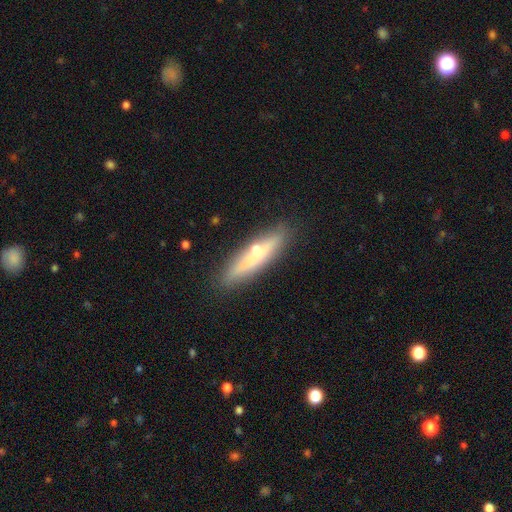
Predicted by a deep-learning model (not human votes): Smooth or featured? featured or disk (49%)
Merging? none (85%)